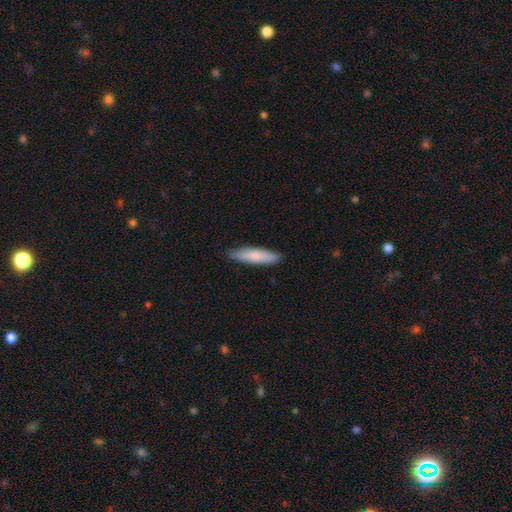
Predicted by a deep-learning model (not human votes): The model was most divided on "how rounded": cigar-shaped: 78%, in between: 20%, round: 1%. More confident: merging — none (87%); smooth or featured — smooth (79%).